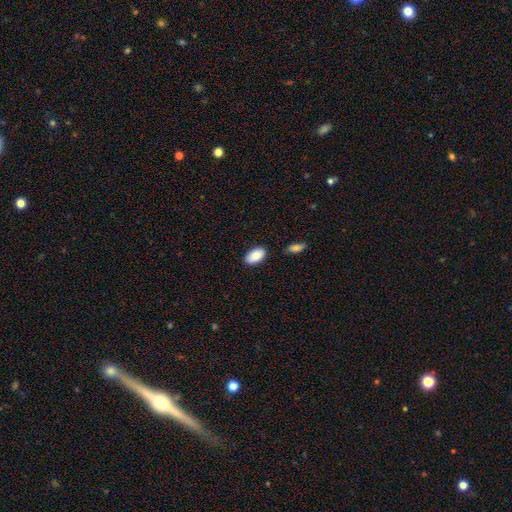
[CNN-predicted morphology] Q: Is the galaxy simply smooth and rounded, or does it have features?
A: smooth — 87%.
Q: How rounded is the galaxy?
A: in between — 94%.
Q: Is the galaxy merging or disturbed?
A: none — 84%.